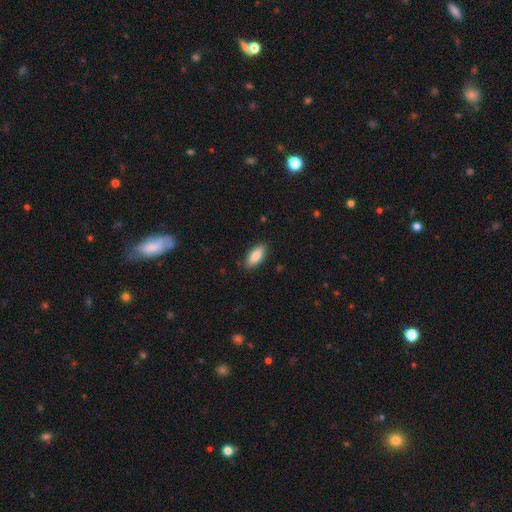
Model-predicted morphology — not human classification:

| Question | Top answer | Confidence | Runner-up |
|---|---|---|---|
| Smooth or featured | smooth | 87% | featured or disk (7%) |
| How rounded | in between | 85% | cigar-shaped (13%) |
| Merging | none | 87% | minor disturbance (9%) |